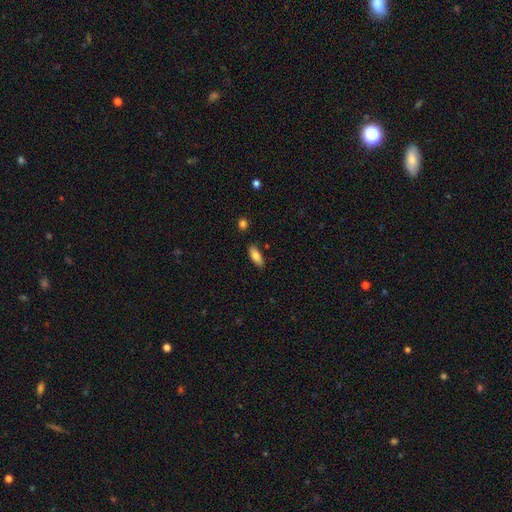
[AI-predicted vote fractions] Q: Smooth or featured?
A: smooth (83%); runner-up: featured or disk (10%)
Q: How rounded?
A: in between (80%); runner-up: cigar-shaped (18%)
Q: Merging?
A: none (84%); runner-up: minor disturbance (11%)